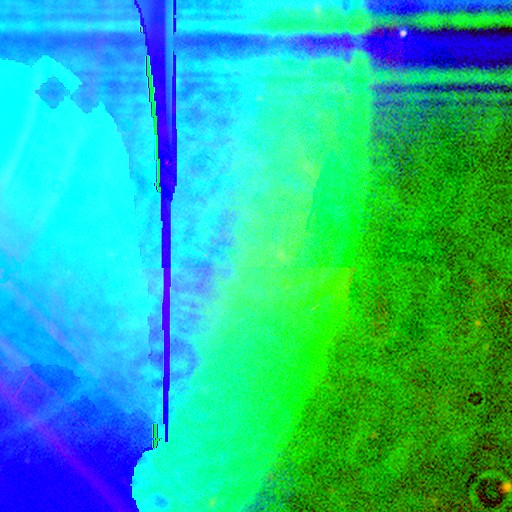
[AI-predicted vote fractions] smooth-or-featured: star or artifact: 79% | featured or disk: 12% | smooth: 8%